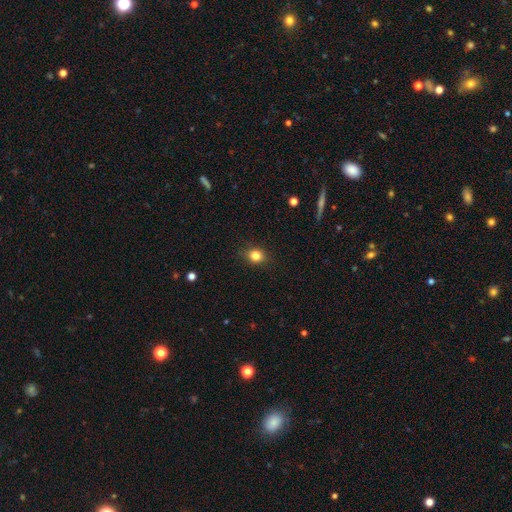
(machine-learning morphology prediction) type=smooth (83%); roundness=round (70%); merging=none (86%).